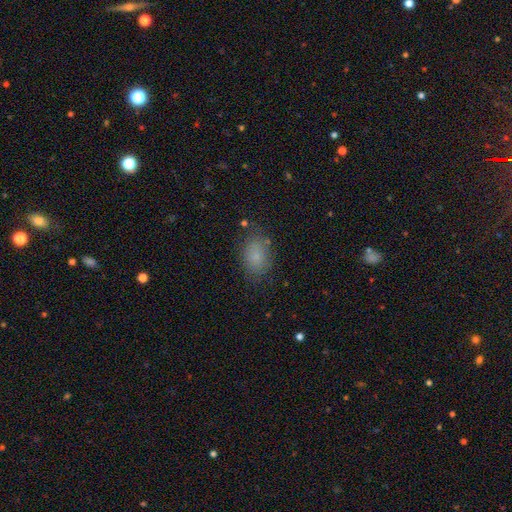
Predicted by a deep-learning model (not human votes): smooth_or_featured: smooth (p=0.81) [alt: star or artifact p=0.11]
how_rounded: in between (p=0.83) [alt: round p=0.16]
merging: none (p=0.78) [alt: minor disturbance p=0.15]